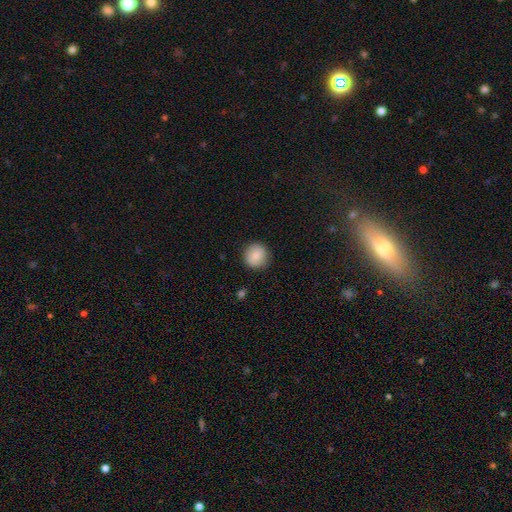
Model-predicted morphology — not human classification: A smooth galaxy with no disk features (81%) that is round (94%).

Vote fractions:
- Smooth or featured? smooth: 81% / featured or disk: 11% / star or artifact: 8%
- How rounded? round: 94% / in between: 5% / cigar-shaped: 1%
- Merging? none: 89% / minor disturbance: 8% / major disturbance: 2% / merger: 1%